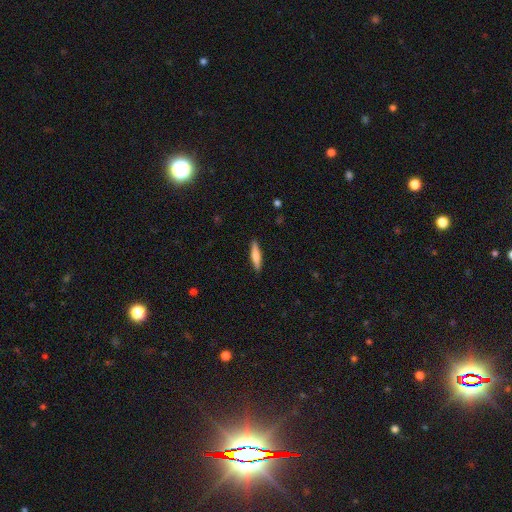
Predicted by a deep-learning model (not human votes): A smooth galaxy with no disk features (66%) that is cigar-shaped (83%).

Vote fractions:
- Smooth or featured? smooth: 66% / featured or disk: 28% / star or artifact: 6%
- How rounded? cigar-shaped: 83% / in between: 16% / round: 2%
- Merging? none: 90% / minor disturbance: 7% / major disturbance: 2% / merger: 1%